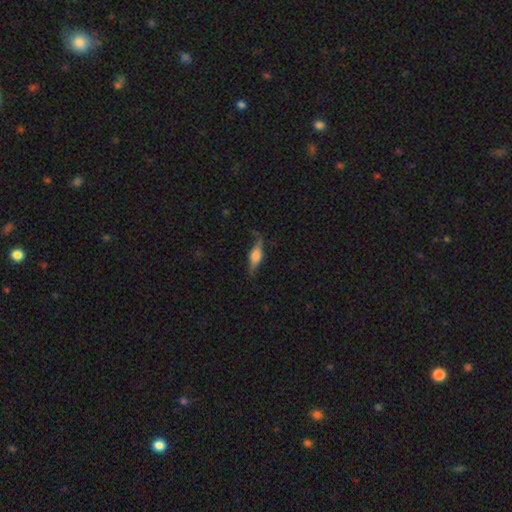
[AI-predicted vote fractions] Overall: featured or disk (63%; smooth 30%). Edge-on disk: yes (92%). Edge-on bulge: rounded (85%). Merging: none (75%).